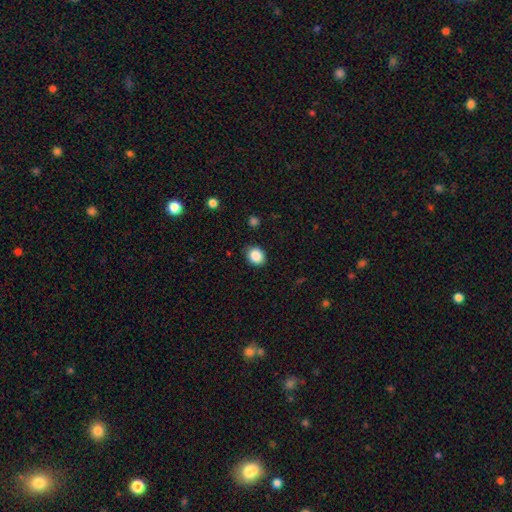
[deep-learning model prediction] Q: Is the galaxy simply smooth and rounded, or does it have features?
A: smooth — 87%.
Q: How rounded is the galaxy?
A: round — 59%.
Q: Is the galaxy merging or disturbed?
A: none — 85%.